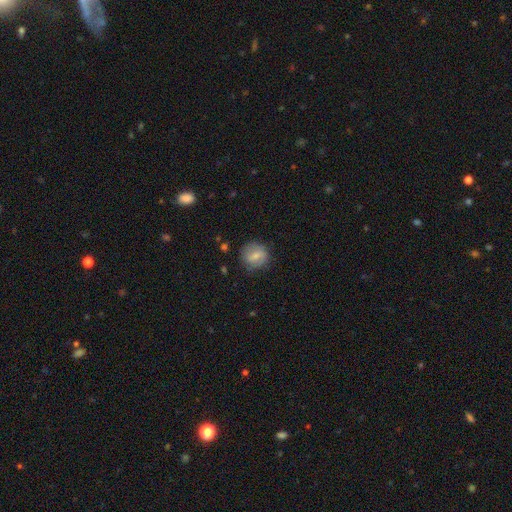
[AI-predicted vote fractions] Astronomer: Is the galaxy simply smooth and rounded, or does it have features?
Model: smooth — 66%.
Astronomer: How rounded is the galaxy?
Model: round — 82%.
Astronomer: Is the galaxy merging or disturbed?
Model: none — 76%.